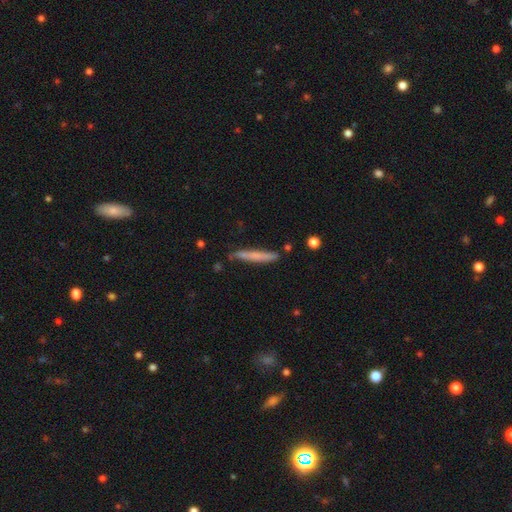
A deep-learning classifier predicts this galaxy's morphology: type=smooth (63%); roundness=cigar-shaped (95%); merging=none (82%).